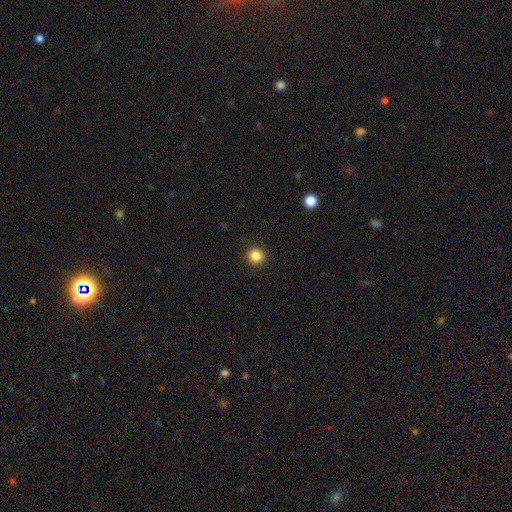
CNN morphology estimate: The model was most divided on "smooth or featured": smooth: 85%, star or artifact: 11%, featured or disk: 4%. More confident: how rounded — round (94%); merging — none (93%).